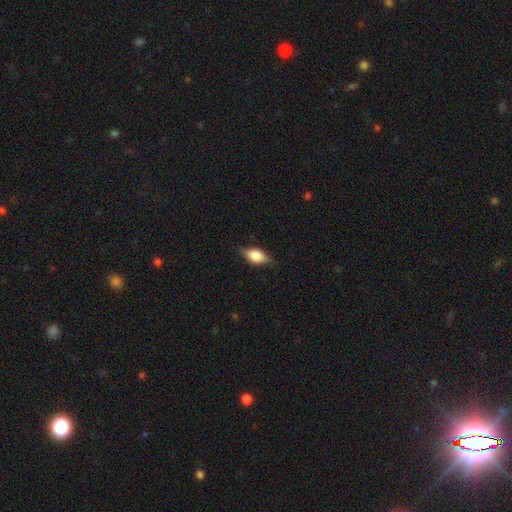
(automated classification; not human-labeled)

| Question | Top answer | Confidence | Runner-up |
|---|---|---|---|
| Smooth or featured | smooth | 67% | featured or disk (25%) |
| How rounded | in between | 83% | round (10%) |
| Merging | none | 76% | minor disturbance (19%) |